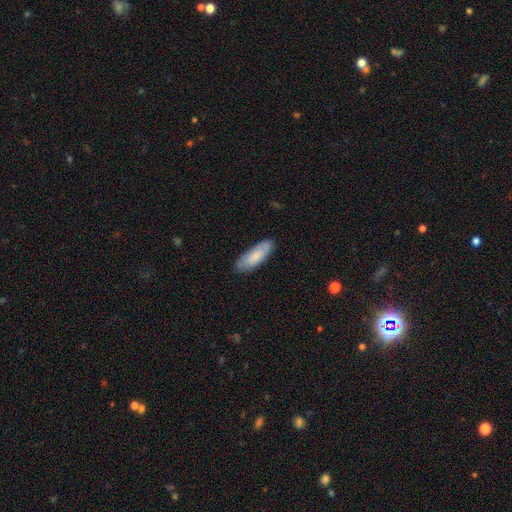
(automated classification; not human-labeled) smooth-or-featured: smooth: 77% | featured or disk: 18% | star or artifact: 5%
  how-rounded: in between: 61% | cigar-shaped: 38% | round: 2%
  merging: none: 82% | minor disturbance: 14% | major disturbance: 3% | merger: 1%